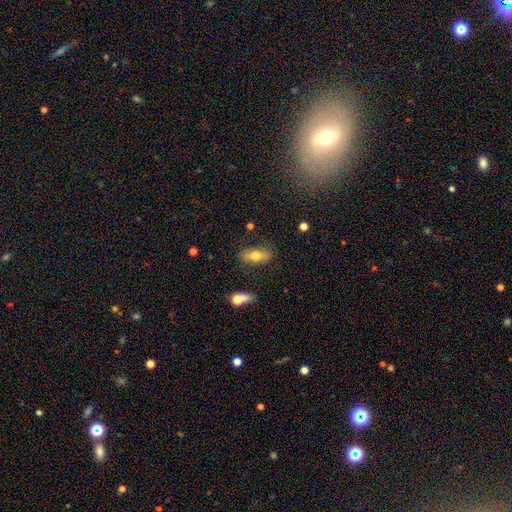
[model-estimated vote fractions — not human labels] smooth_or_featured: smooth (p=0.54) [alt: featured or disk p=0.38]
how_rounded: in between (p=0.61) [alt: cigar-shaped p=0.34]
merging: none (p=0.80) [alt: minor disturbance p=0.13]